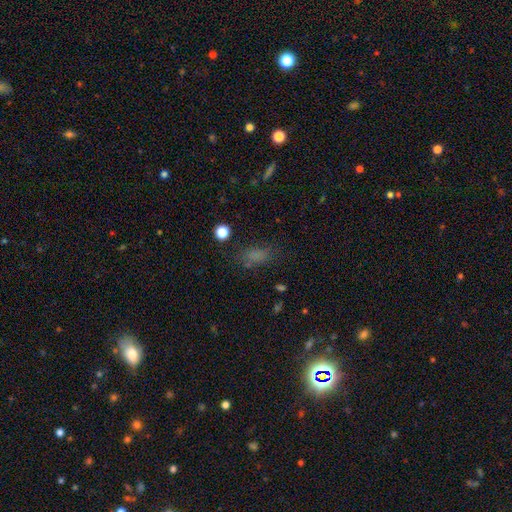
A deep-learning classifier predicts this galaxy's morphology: Smooth or featured: smooth — 72% (star or artifact — 20%)
How rounded: in between — 79% (round — 14%)
Merging: none — 70% (minor disturbance — 17%)